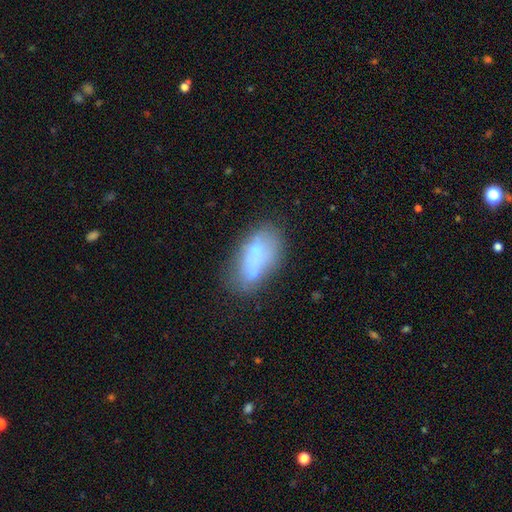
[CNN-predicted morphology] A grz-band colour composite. It shows a smooth galaxy with no disk features (63%) that is in between round and cigar-shaped (88%). Merging: none (50%).